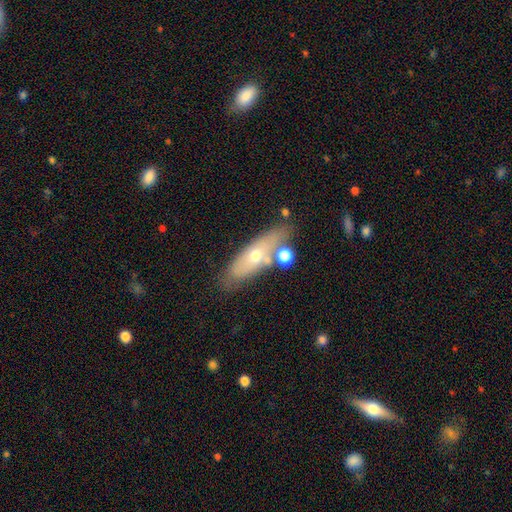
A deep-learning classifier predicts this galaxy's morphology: Smooth or featured? smooth (51%)
How rounded? in between (50%)
Merging? none (69%)